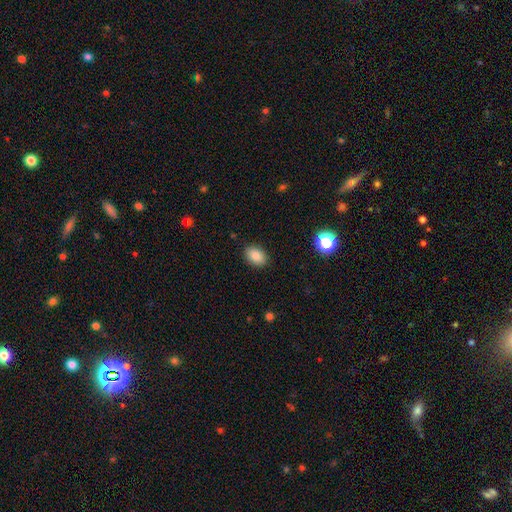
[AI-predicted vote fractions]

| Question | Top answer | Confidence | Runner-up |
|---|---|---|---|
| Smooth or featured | smooth | 87% | star or artifact (9%) |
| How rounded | in between | 82% | round (16%) |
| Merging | none | 89% | minor disturbance (8%) |